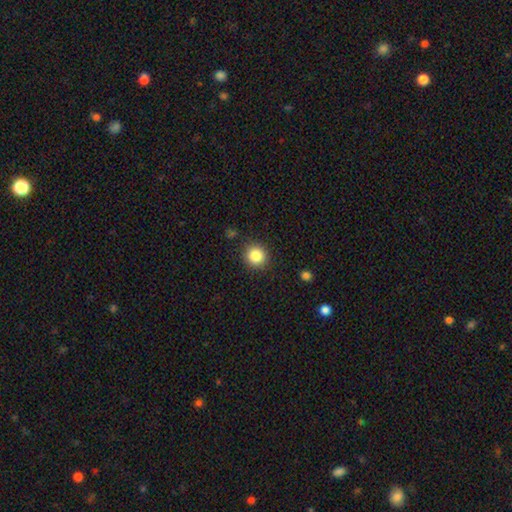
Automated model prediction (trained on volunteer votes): This is clearly a smooth galaxy (84%). How rounded: clearly round (91%). Merging: clearly none (90%).